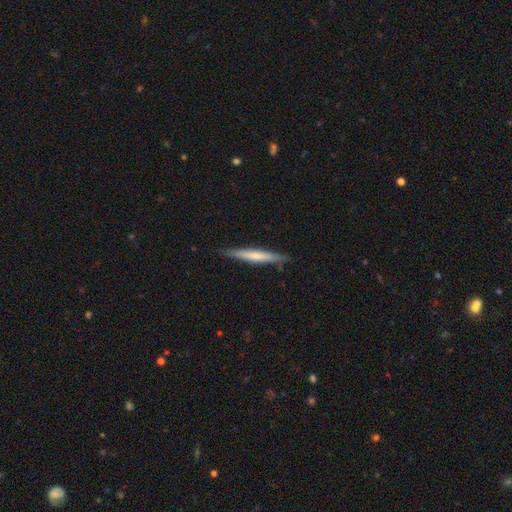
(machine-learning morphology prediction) smooth_or_featured: smooth (p=0.55) [alt: featured or disk p=0.40]
how_rounded: cigar-shaped (p=0.95) [alt: in between p=0.03]
merging: none (p=0.88) [alt: minor disturbance p=0.09]